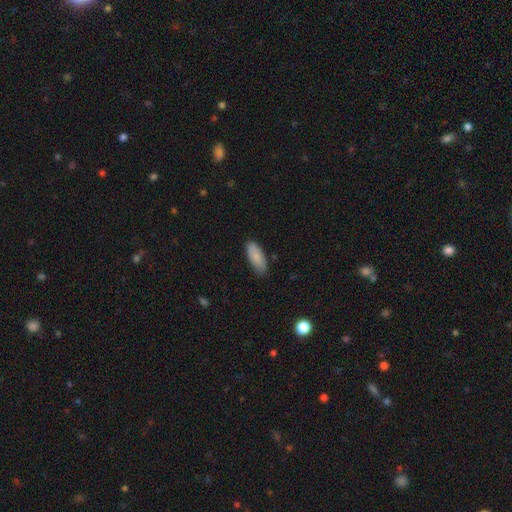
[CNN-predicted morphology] The model was most divided on "how rounded": in between: 73%, cigar-shaped: 25%, round: 2%. More confident: smooth or featured — smooth (87%); merging — none (81%).